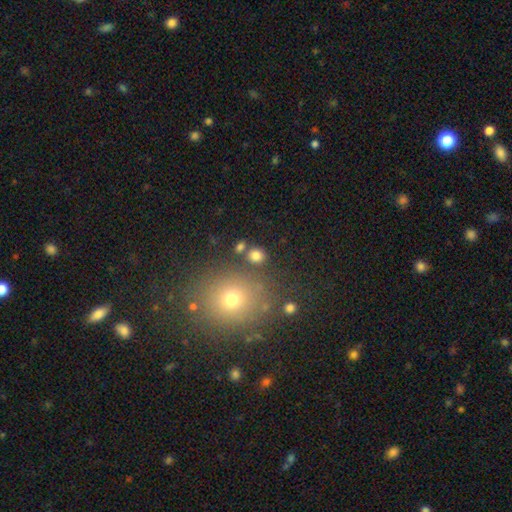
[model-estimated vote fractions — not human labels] Morphology: type=smooth (79%); roundness=round (73%); merging=none (78%).